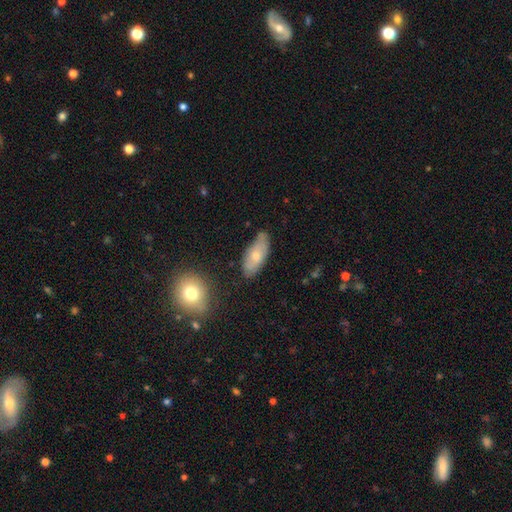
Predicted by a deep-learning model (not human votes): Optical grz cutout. It shows a smooth galaxy with no disk features (63%) that is in between round and cigar-shaped (85%). Merging: none (67%).